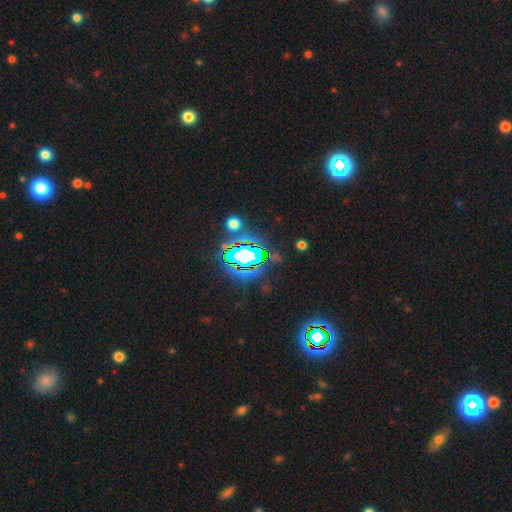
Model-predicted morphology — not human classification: star or artifact 81%, smooth 11%, featured or disk 8%.